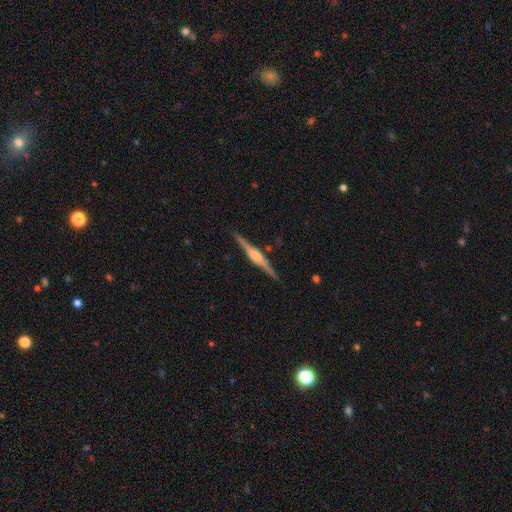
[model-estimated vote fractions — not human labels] A featured or disk galaxy (81%) viewed edge-on (98%) with a rounded central bulge (68%).

Vote fractions:
- Smooth or featured? featured or disk: 81% / smooth: 13% / star or artifact: 6%
- Edge-on disk? yes: 98% / no: 2%
- Edge-on bulge? rounded: 68% / boxy: 27% / none: 5%
- Merging? none: 89% / minor disturbance: 8% / major disturbance: 2% / merger: 1%